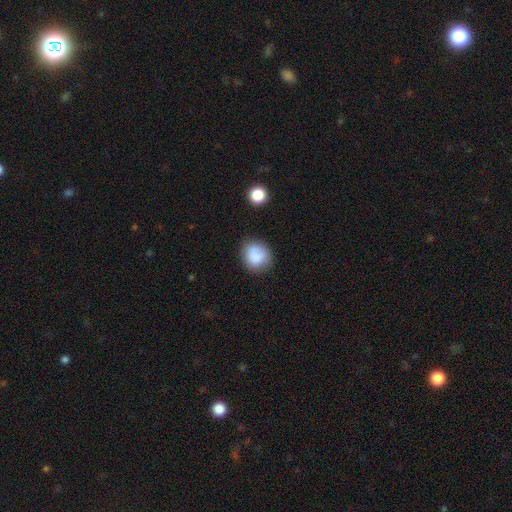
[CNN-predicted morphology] This is clearly a smooth galaxy (83%). How rounded: likely round (74%). Merging: likely none (70%).